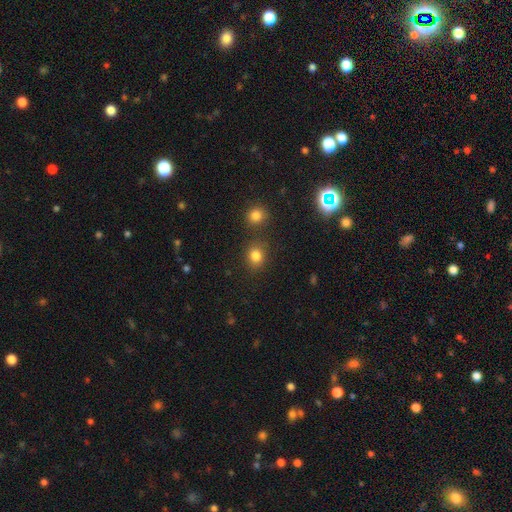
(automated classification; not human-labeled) Smooth or featured?
  - smooth: 82% *
  - star or artifact: 13%
  - featured or disk: 5%
How rounded?
  - round: 73% *
  - in between: 26%
  - cigar-shaped: 1%
Merging?
  - none: 79% *
  - minor disturbance: 10%
  - merger: 8%
  - major disturbance: 3%